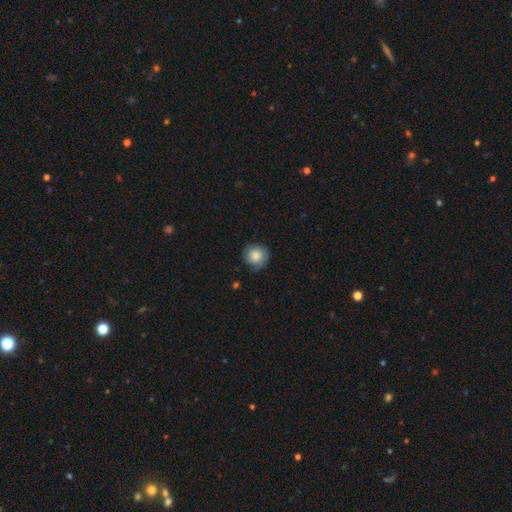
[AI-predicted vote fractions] A smooth galaxy with no disk features (81%) that is round (91%).

Vote fractions:
- Smooth or featured? smooth: 81% / featured or disk: 11% / star or artifact: 8%
- How rounded? round: 91% / in between: 8% / cigar-shaped: 1%
- Merging? none: 75% / minor disturbance: 19% / major disturbance: 4% / merger: 1%